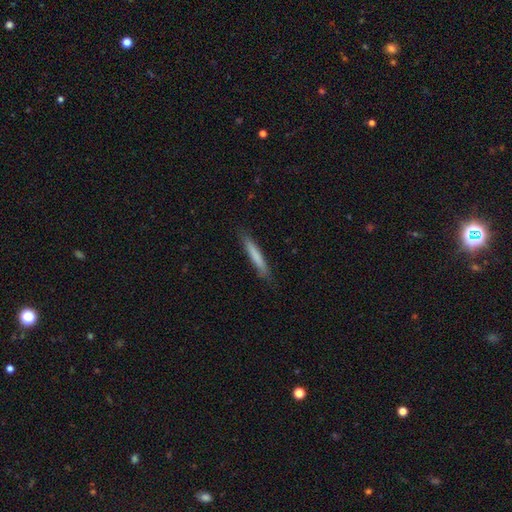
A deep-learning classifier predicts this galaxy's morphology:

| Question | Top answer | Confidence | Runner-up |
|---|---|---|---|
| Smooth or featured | smooth | 76% | featured or disk (19%) |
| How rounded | cigar-shaped | 95% | in between (4%) |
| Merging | none | 86% | minor disturbance (11%) |